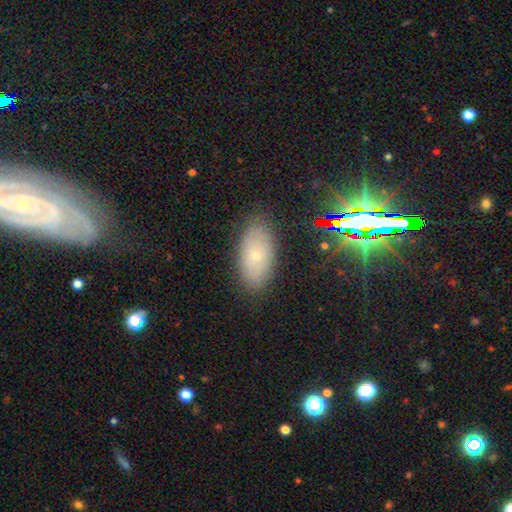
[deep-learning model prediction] Overall: smooth (61%; featured or disk 24%). How rounded: in between (92%). Merging: none (84%).